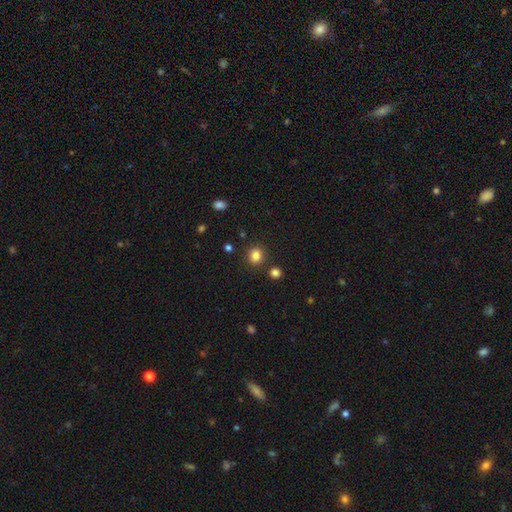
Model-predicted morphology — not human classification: Smooth or featured: smooth — 83% (star or artifact — 13%)
How rounded: round — 85% (in between — 14%)
Merging: none — 87% (minor disturbance — 7%)